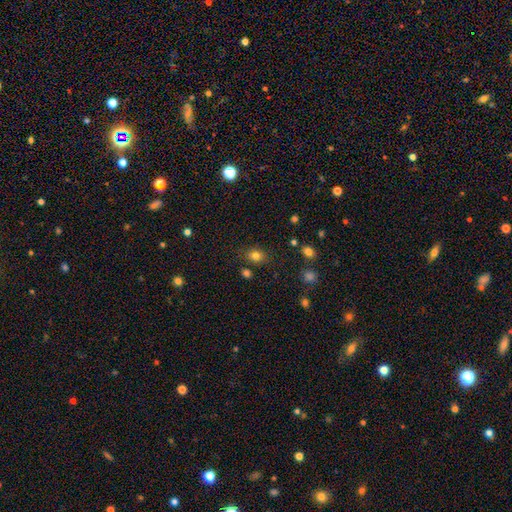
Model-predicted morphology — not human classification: smooth-or-featured: smooth: 80% | star or artifact: 13% | featured or disk: 8%
  how-rounded: in between: 55% | round: 43% | cigar-shaped: 1%
  merging: none: 80% | minor disturbance: 12% | merger: 4% | major disturbance: 3%